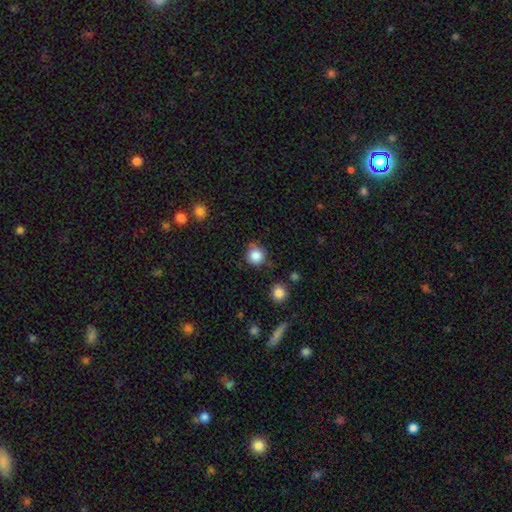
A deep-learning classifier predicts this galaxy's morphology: A smooth galaxy with no disk features (85%) that is round (91%).

Vote fractions:
- Smooth or featured? smooth: 85% / star or artifact: 10% / featured or disk: 5%
- How rounded? round: 91% / in between: 8% / cigar-shaped: 1%
- Merging? none: 76% / minor disturbance: 15% / merger: 5% / major disturbance: 4%